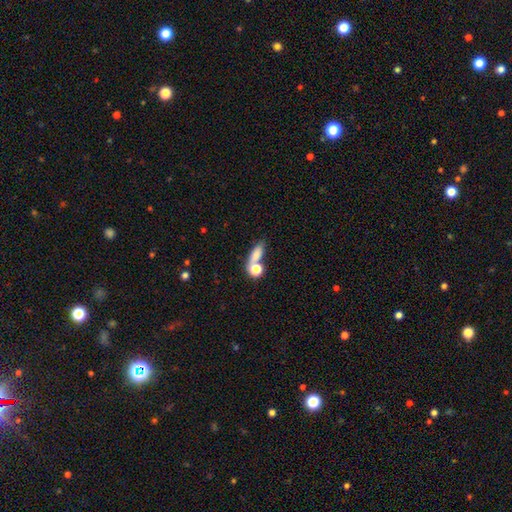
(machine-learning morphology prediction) smooth_or_featured: smooth (p=0.74) [alt: featured or disk p=0.14]
how_rounded: in between (p=0.55) [alt: cigar-shaped p=0.25]
merging: none (p=0.46) [alt: merger p=0.36]